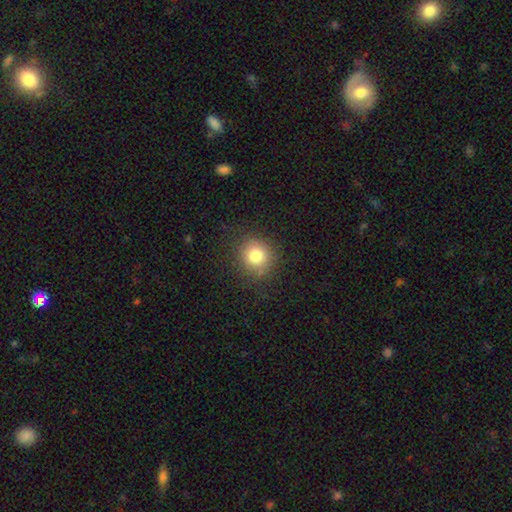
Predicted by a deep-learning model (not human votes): smooth_or_featured: smooth (p=0.80) [alt: star or artifact p=0.12]
how_rounded: round (p=0.90) [alt: in between p=0.09]
merging: none (p=0.85) [alt: minor disturbance p=0.10]